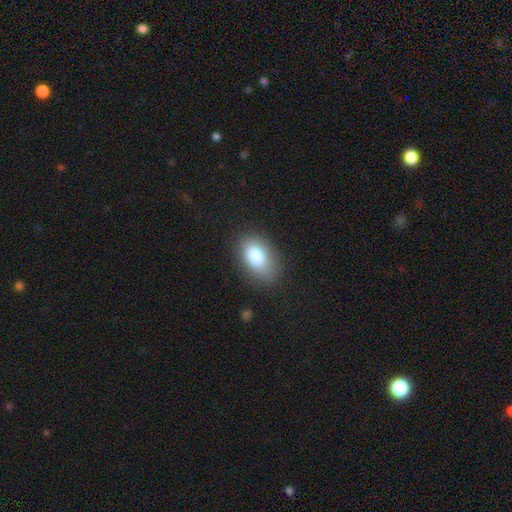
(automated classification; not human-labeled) smooth 84%, star or artifact 8%, featured or disk 8%. Down the decision tree: how rounded — in between (90%); merging — none (77%).